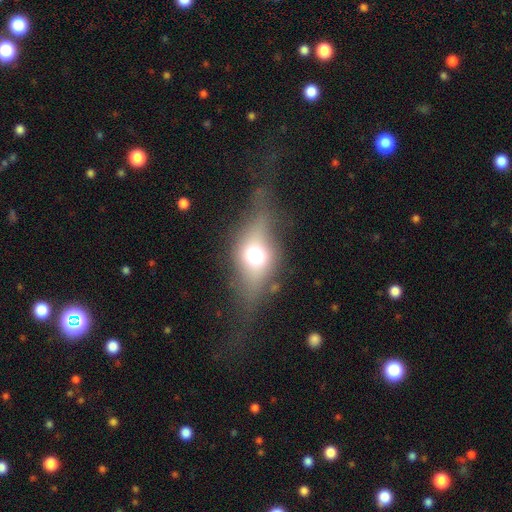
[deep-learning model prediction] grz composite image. It shows a featured or disk galaxy (51%) viewed edge-on (71%). Merging: none (61%).